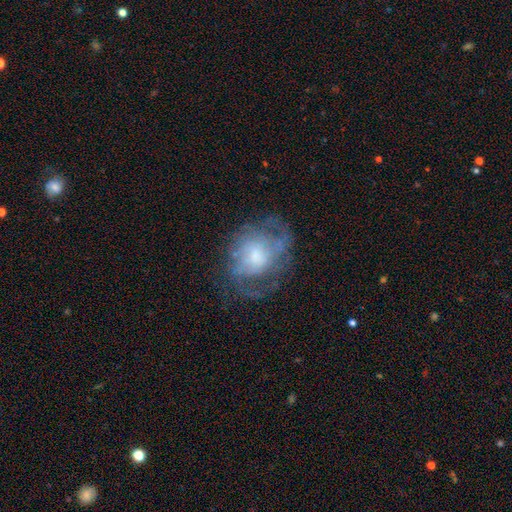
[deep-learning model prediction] Smooth or featured? featured or disk (63%)
Edge-on disk? no (97%)
Bar? no (73%)
Spiral arms? yes (66%)
Bulge size? moderate (45%)
Merging? none (55%)